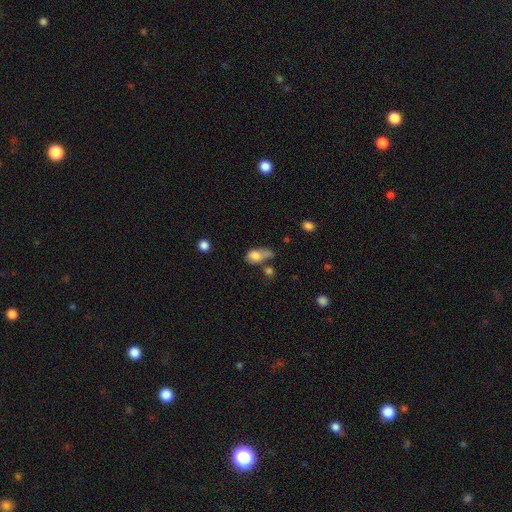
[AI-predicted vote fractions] smooth_or_featured: smooth (p=0.75) [alt: featured or disk p=0.15]
how_rounded: in between (p=0.79) [alt: round p=0.18]
merging: minor disturbance (p=0.27) [alt: none p=0.25]